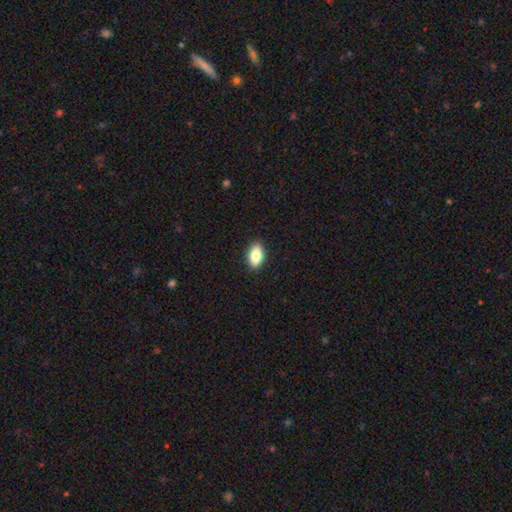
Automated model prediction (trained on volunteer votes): A smooth galaxy with no disk features (82%) that is in between round and cigar-shaped (90%).

Vote fractions:
- Smooth or featured? smooth: 82% / featured or disk: 11% / star or artifact: 7%
- How rounded? in between: 90% / round: 6% / cigar-shaped: 4%
- Merging? none: 90% / minor disturbance: 7% / major disturbance: 2% / merger: 1%